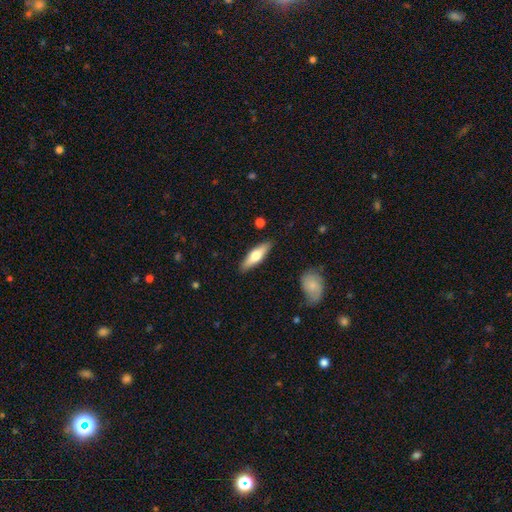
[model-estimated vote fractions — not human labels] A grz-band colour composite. It shows a smooth galaxy with no disk features (55%) that is cigar-shaped (56%). Merging: none (88%).